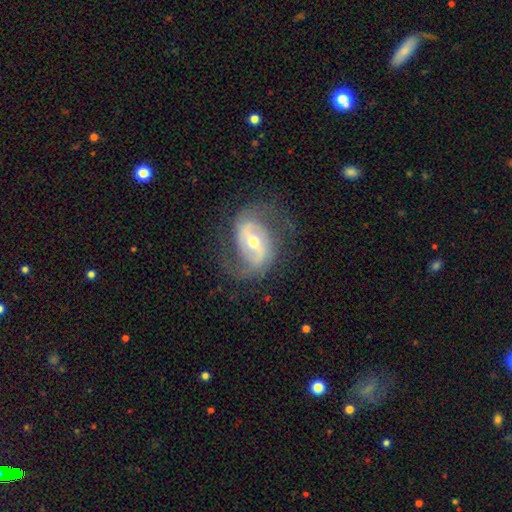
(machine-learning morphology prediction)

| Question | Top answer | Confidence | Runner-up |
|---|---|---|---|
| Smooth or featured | featured or disk | 80% | star or artifact (10%) |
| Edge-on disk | no | 96% | yes (4%) |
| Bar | weak | 40% | strong (32%) |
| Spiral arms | yes | 93% | no (7%) |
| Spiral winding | medium | 45% | loose (29%) |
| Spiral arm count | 2 | 83% | can't tell (8%) |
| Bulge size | small | 48% | moderate (45%) |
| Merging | none | 75% | minor disturbance (14%) |